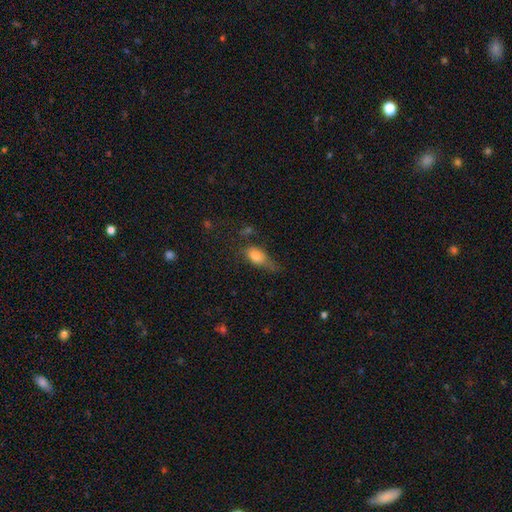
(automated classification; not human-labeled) smooth 74%, featured or disk 15%, star or artifact 11%. Down the decision tree: how rounded — in between (80%); merging — none (35%).